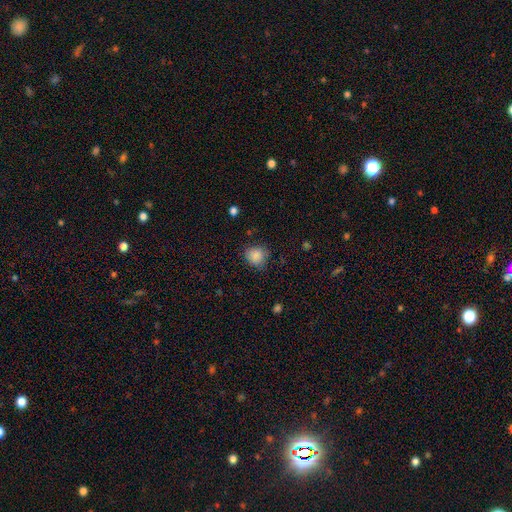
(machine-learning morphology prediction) Smooth or featured? Predicted: smooth (p=0.87). How rounded? Predicted: round (p=0.80). Merging? Predicted: none (p=0.77).